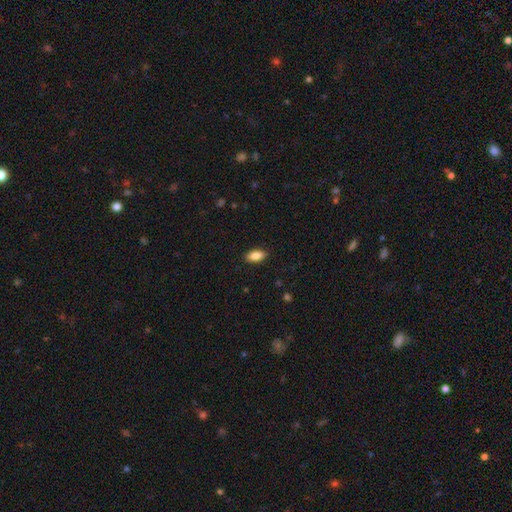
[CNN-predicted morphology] A smooth galaxy with no disk features (85%) that is in between round and cigar-shaped (89%). Merging: none (88%).